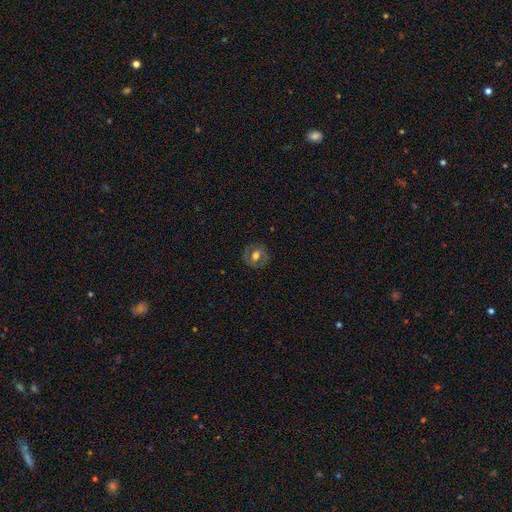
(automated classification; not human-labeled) A smooth galaxy with no disk features (46%). Merging: none (82%).